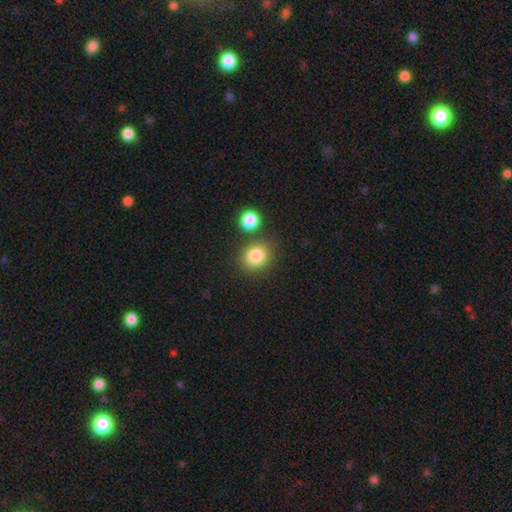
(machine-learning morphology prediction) The model was most divided on "how rounded": round: 67%, in between: 32%, cigar-shaped: 1%. More confident: smooth or featured — smooth (84%); merging — none (73%).